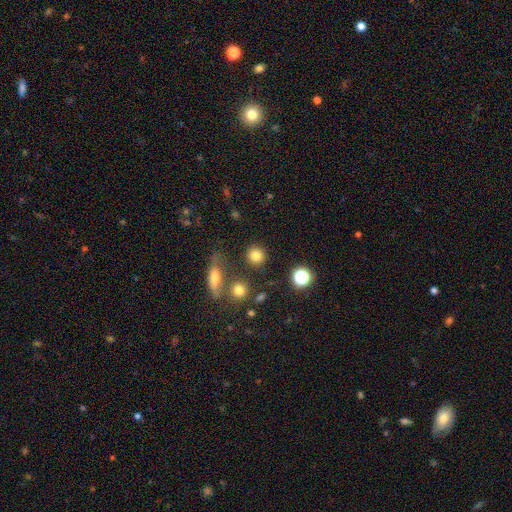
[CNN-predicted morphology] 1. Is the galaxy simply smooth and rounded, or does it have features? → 80% smooth, 13% star or artifact, 7% featured or disk.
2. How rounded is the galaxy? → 90% round, 8% in between, 2% cigar-shaped.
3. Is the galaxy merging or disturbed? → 84% none, 8% minor disturbance, 5% merger, 3% major disturbance.